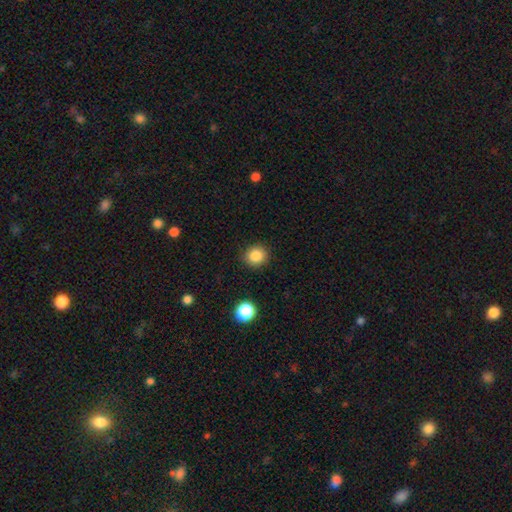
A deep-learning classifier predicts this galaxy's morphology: The model was most divided on "how rounded": round: 86%, in between: 14%, cigar-shaped: 1%. More confident: merging — none (90%); smooth or featured — smooth (85%).